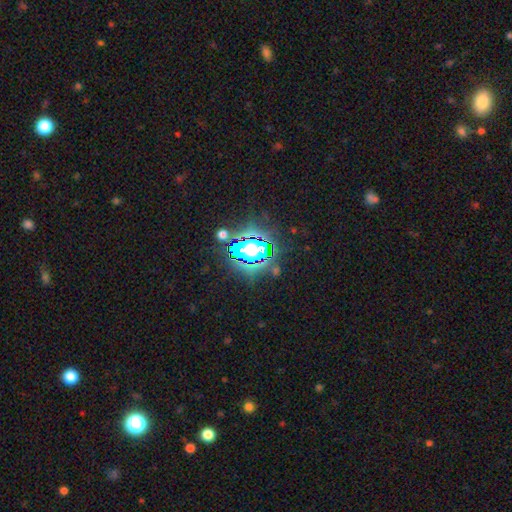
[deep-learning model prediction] smooth_or_featured: star or artifact (p=0.65) [alt: smooth p=0.22]